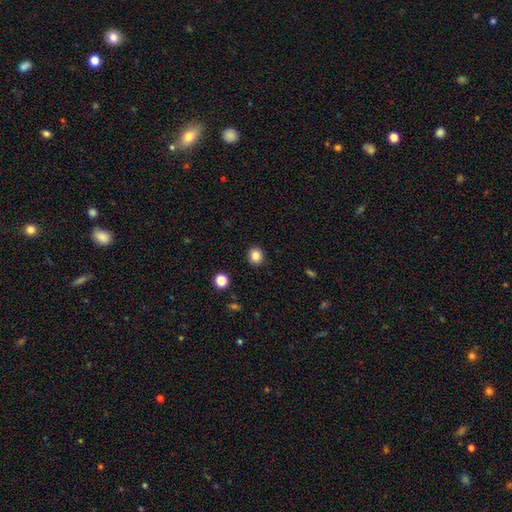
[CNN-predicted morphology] Smooth or featured?
  - smooth: 85% *
  - star or artifact: 11%
  - featured or disk: 4%
How rounded?
  - round: 82% *
  - in between: 17%
  - cigar-shaped: 1%
Merging?
  - none: 91% *
  - minor disturbance: 6%
  - major disturbance: 2%
  - merger: 1%